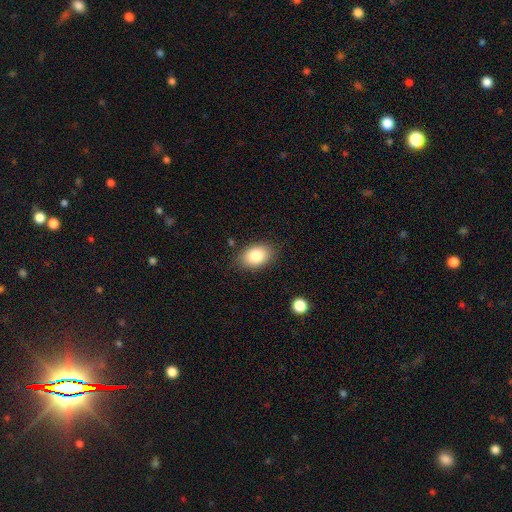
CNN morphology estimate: smooth_or_featured: smooth (p=0.84) [alt: featured or disk p=0.08]
how_rounded: in between (p=0.85) [alt: round p=0.13]
merging: none (p=0.83) [alt: minor disturbance p=0.12]